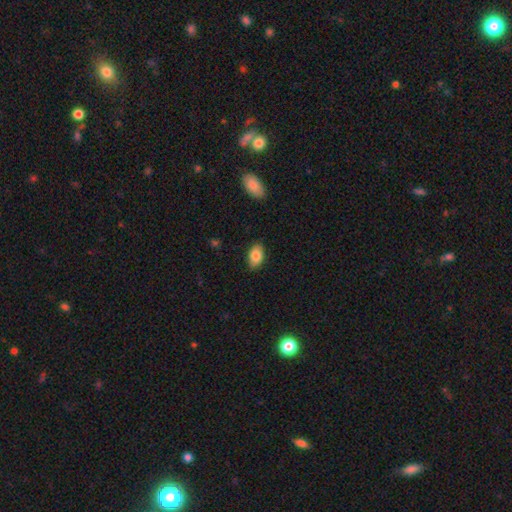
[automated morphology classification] This is clearly a smooth galaxy (84%). How rounded: clearly in between (92%). Merging: clearly none (86%).